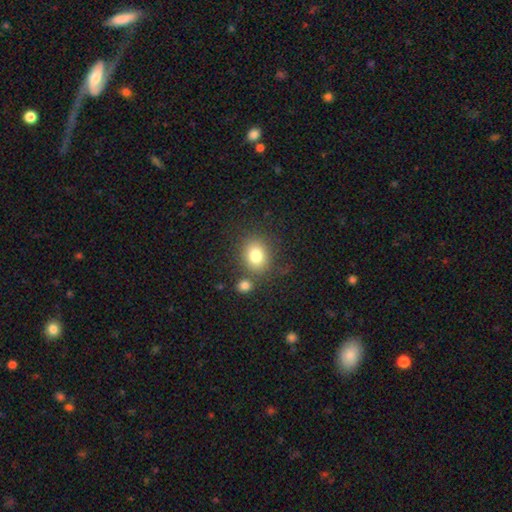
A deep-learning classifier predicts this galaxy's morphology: Q: Smooth or featured?
A: smooth (80%); runner-up: star or artifact (11%)
Q: How rounded?
A: round (60%); runner-up: in between (39%)
Q: Merging?
A: none (73%); runner-up: merger (12%)